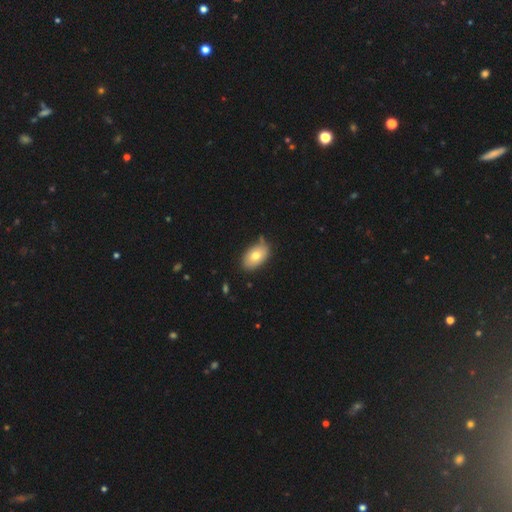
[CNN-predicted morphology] Smooth or featured?
  - smooth: 74% *
  - featured or disk: 19%
  - star or artifact: 7%
How rounded?
  - in between: 91% *
  - round: 8%
  - cigar-shaped: 1%
Merging?
  - none: 71% *
  - minor disturbance: 22%
  - major disturbance: 4%
  - merger: 2%